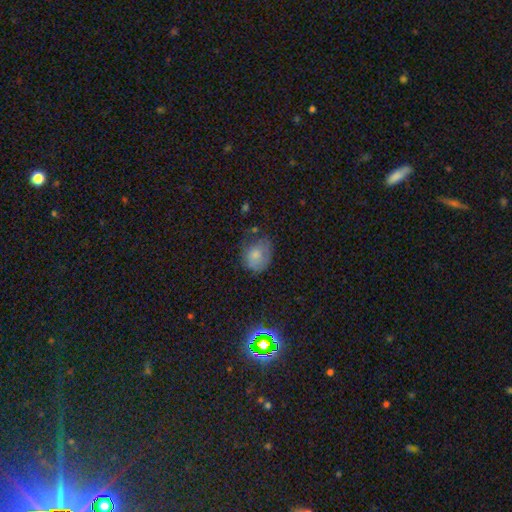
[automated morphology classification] The model was most divided on "merging": none: 47%, minor disturbance: 32%, major disturbance: 17%, merger: 3%. More confident: smooth or featured — smooth (71%); how rounded — round (59%).